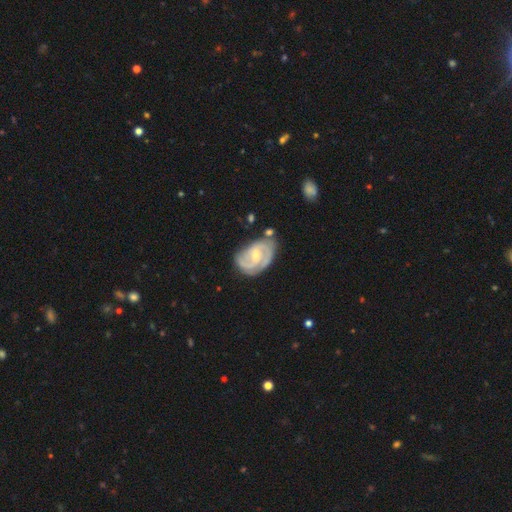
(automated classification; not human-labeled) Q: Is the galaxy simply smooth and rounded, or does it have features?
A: featured or disk — 82%.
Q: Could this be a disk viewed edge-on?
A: no — 97%.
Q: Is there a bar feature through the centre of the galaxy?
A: weak — 51%.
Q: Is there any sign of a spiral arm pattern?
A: yes — 94%.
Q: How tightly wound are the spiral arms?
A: tight — 44%.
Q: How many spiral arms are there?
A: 2 — 61%.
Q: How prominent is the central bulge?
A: small — 60%.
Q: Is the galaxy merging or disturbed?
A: none — 60%.